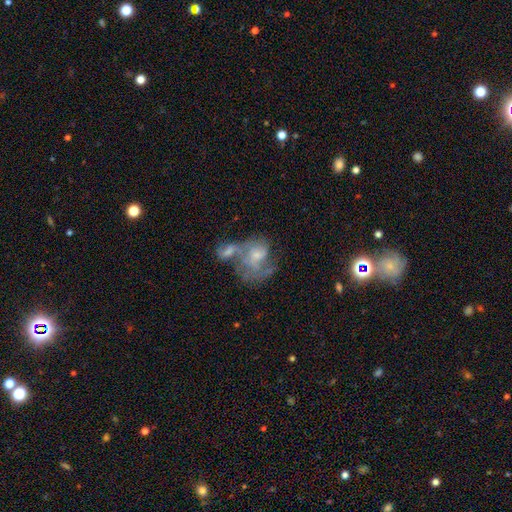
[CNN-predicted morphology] Smooth or featured: featured or disk — 63% (smooth — 29%)
Edge-on disk: no — 98% (yes — 2%)
Bar: no — 71% (weak — 25%)
Spiral arms: yes — 66% (no — 34%)
Bulge size: small — 47% (moderate — 31%)
Merging: merger — 52% (major disturbance — 22%)